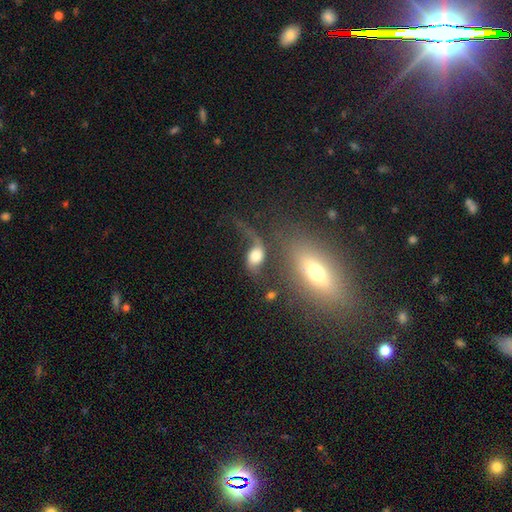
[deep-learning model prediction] smooth_or_featured: featured or disk (p=0.46) [alt: smooth p=0.44]
merging: major disturbance (p=0.37) [alt: none p=0.25]